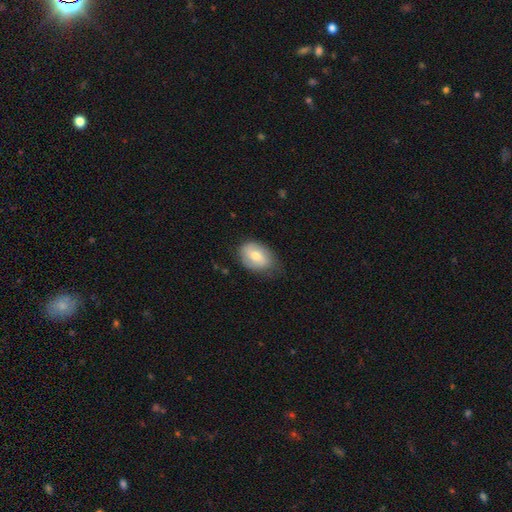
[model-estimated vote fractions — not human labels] smooth 57%, featured or disk 37%, star or artifact 6%. Down the decision tree: how rounded — in between (77%); merging — none (65%).